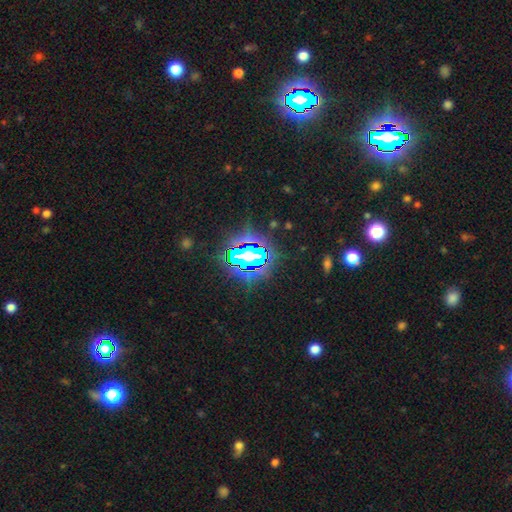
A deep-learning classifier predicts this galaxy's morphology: The model was most divided on "smooth or featured": star or artifact: 82%, smooth: 11%, featured or disk: 7%.